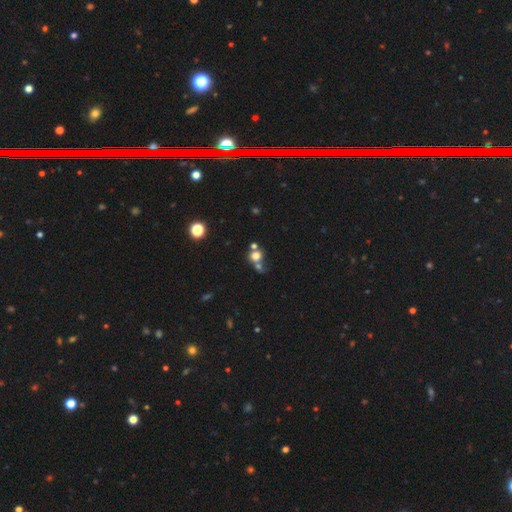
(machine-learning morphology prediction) smooth_or_featured: smooth (p=0.68) [alt: star or artifact p=0.19]
how_rounded: round (p=0.81) [alt: in between p=0.18]
merging: none (p=0.43) [alt: merger p=0.42]